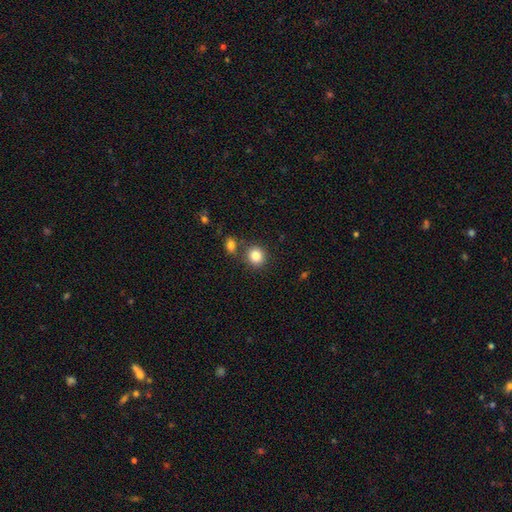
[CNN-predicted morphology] Smooth or featured: smooth — 85% (star or artifact — 10%)
How rounded: round — 82% (in between — 17%)
Merging: none — 75% (merger — 13%)